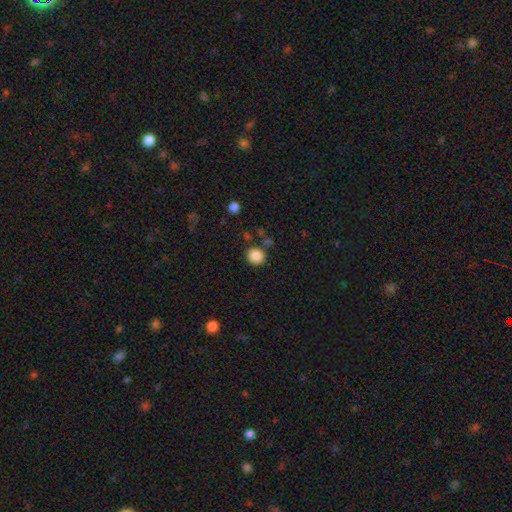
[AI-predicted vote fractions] Q: Smooth or featured?
A: smooth (86%); runner-up: star or artifact (10%)
Q: How rounded?
A: round (89%); runner-up: in between (10%)
Q: Merging?
A: none (82%); runner-up: minor disturbance (9%)